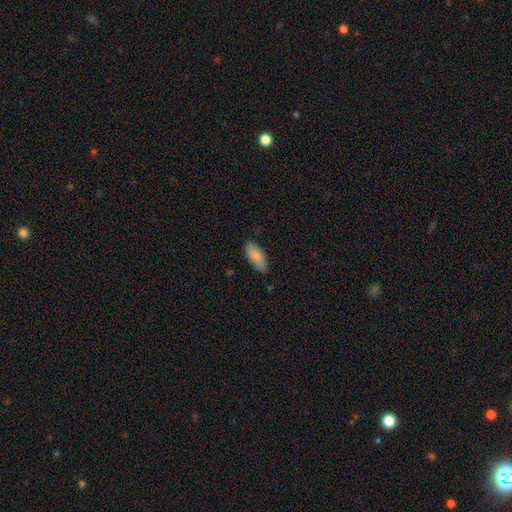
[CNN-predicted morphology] This is clearly a smooth galaxy (86%). How rounded: clearly in between (82%). Merging: clearly none (82%).